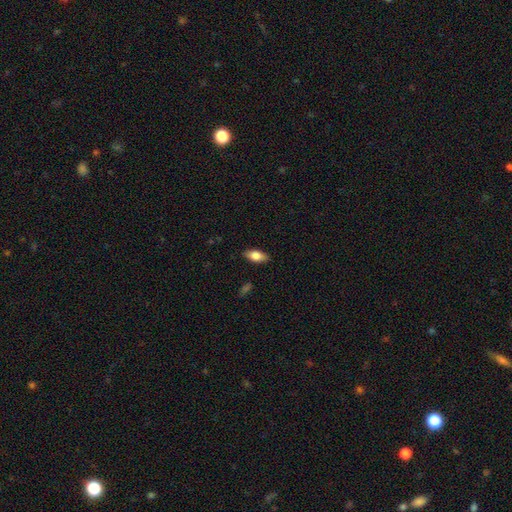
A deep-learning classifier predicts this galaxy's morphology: smooth 76%, featured or disk 17%, star or artifact 7%. Down the decision tree: how rounded — in between (86%); merging — none (87%).